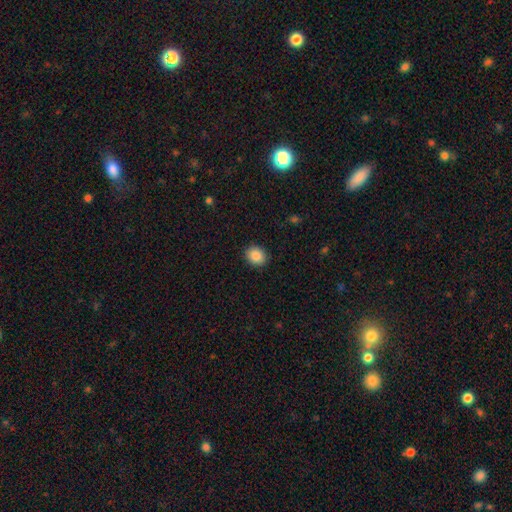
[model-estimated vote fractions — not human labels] Smooth or featured? Predicted: smooth (p=0.87). How rounded? Predicted: round (p=0.58). Merging? Predicted: none (p=0.90).